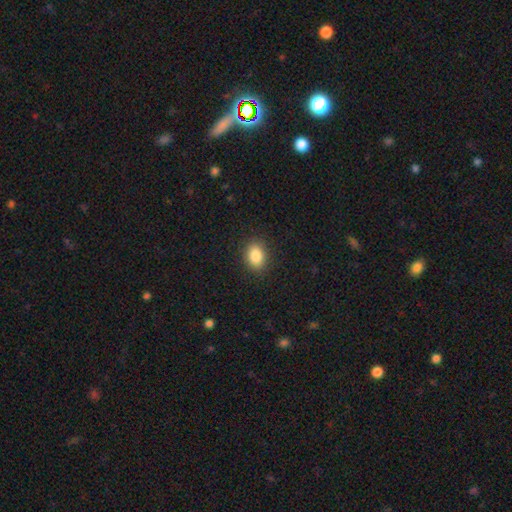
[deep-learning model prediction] Morphology: type=smooth (86%); roundness=in between (71%); merging=none (88%).